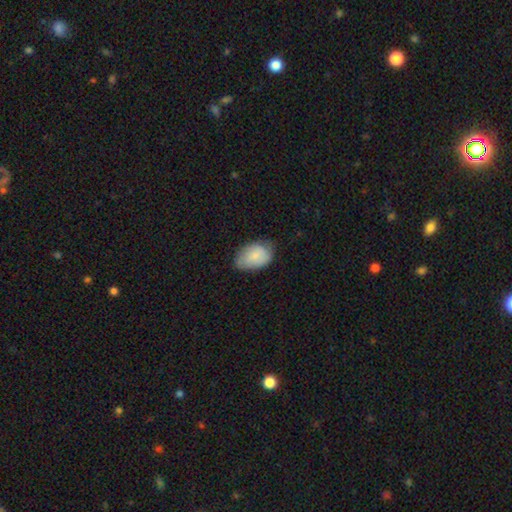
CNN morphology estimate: smooth 83%, featured or disk 11%, star or artifact 6%. Down the decision tree: how rounded — in between (89%); merging — none (62%).